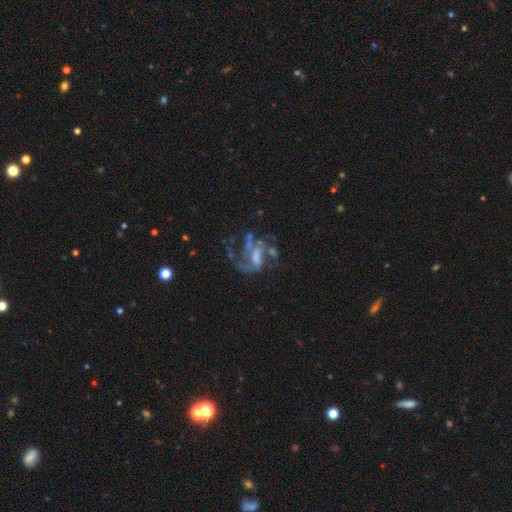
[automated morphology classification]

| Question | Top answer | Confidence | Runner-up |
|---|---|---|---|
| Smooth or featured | featured or disk | 75% | smooth (13%) |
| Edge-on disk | no | 97% | yes (3%) |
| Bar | weak | 41% | no (38%) |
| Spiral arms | yes | 74% | no (26%) |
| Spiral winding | loose | 46% | medium (40%) |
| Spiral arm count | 2 | 40% | can't tell (23%) |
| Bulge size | moderate | 33% | none (32%) |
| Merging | major disturbance | 41% | none (33%) |